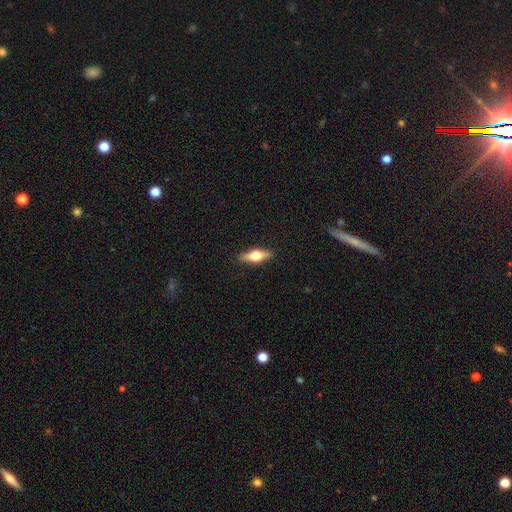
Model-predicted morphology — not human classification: smooth_or_featured: featured or disk (p=0.58) [alt: smooth p=0.36]
disk_edge_on: yes (p=0.95) [alt: no p=0.05]
edge_on_bulge: rounded (p=0.96) [alt: boxy p=0.03]
merging: none (p=0.90) [alt: minor disturbance p=0.08]